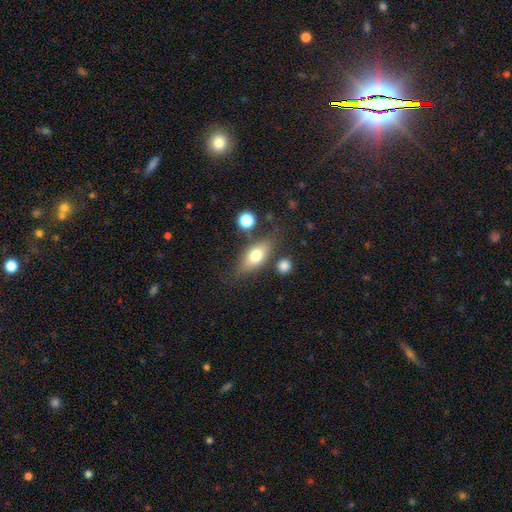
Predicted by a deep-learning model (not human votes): Smooth or featured?
  - smooth: 68% *
  - featured or disk: 24%
  - star or artifact: 8%
How rounded?
  - in between: 77% *
  - cigar-shaped: 17%
  - round: 6%
Merging?
  - none: 72% *
  - minor disturbance: 16%
  - merger: 7%
  - major disturbance: 5%